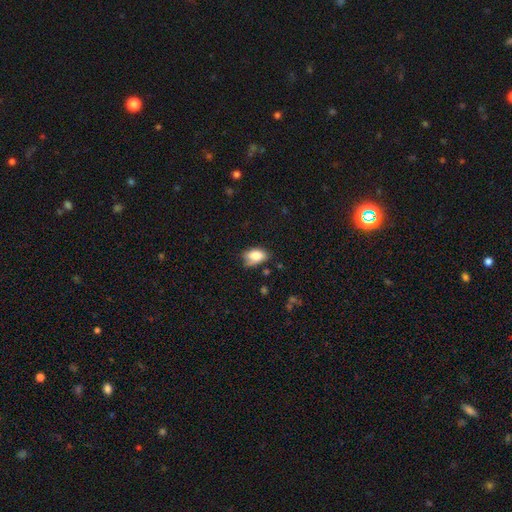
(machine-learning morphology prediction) Smooth or featured?
  - smooth: 79% *
  - featured or disk: 13%
  - star or artifact: 8%
How rounded?
  - in between: 89% *
  - round: 8%
  - cigar-shaped: 3%
Merging?
  - none: 52% *
  - minor disturbance: 35%
  - major disturbance: 9%
  - merger: 4%